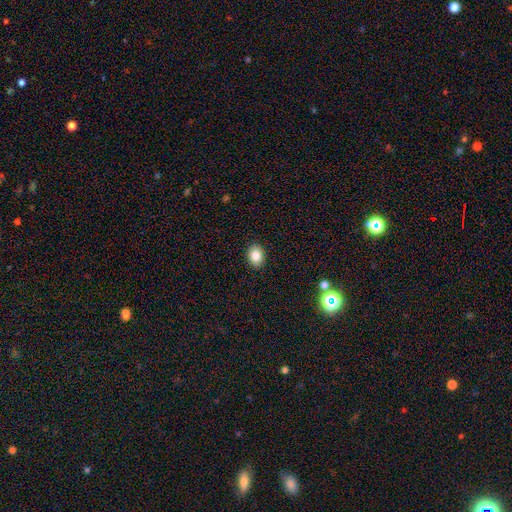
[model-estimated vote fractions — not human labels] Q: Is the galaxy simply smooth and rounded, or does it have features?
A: smooth — 85%.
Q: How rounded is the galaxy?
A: in between — 70%.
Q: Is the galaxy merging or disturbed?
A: none — 90%.